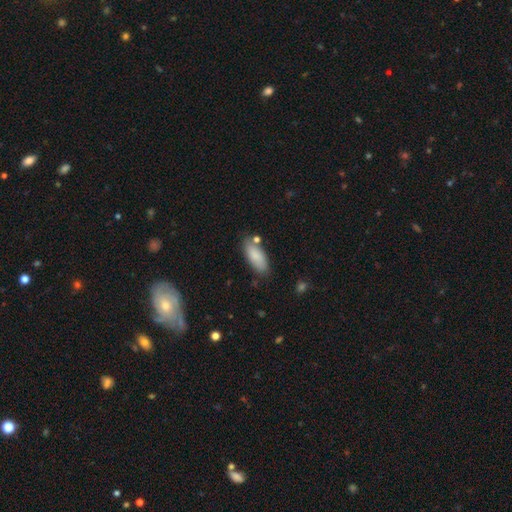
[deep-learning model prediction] This appears to be a smooth galaxy with no disk features (85%) that is in between round and cigar-shaped (81%). Merging: none (74%).